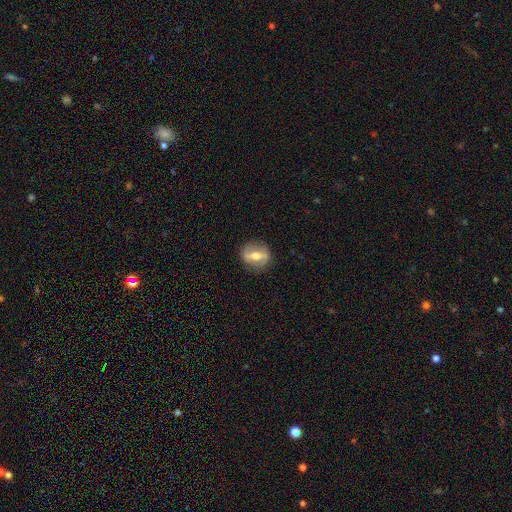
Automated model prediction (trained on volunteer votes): A featured or disk galaxy (62%) with a strong bar (61%), no spiral arms (61%) and a moderate central bulge (71%). Merging: none (84%).